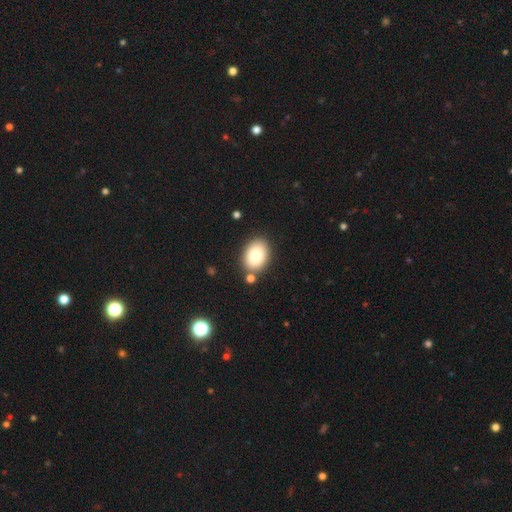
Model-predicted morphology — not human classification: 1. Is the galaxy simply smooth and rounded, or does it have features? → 83% smooth, 9% featured or disk, 8% star or artifact.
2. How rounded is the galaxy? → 76% in between, 23% round, 1% cigar-shaped.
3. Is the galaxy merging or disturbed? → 81% none, 10% minor disturbance, 7% merger, 3% major disturbance.